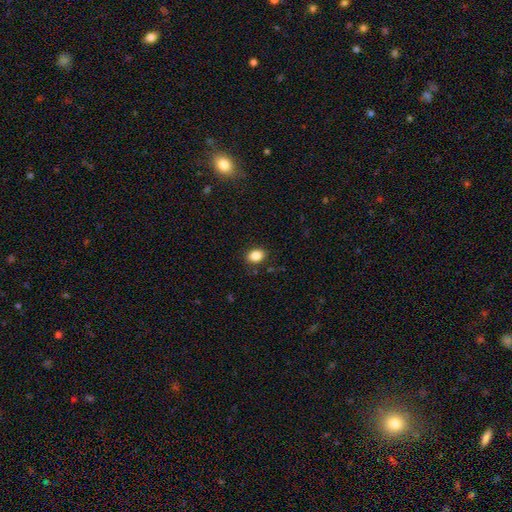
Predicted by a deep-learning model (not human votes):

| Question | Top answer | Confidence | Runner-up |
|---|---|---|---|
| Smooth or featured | smooth | 87% | star or artifact (9%) |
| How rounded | in between | 67% | round (32%) |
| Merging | none | 87% | minor disturbance (10%) |